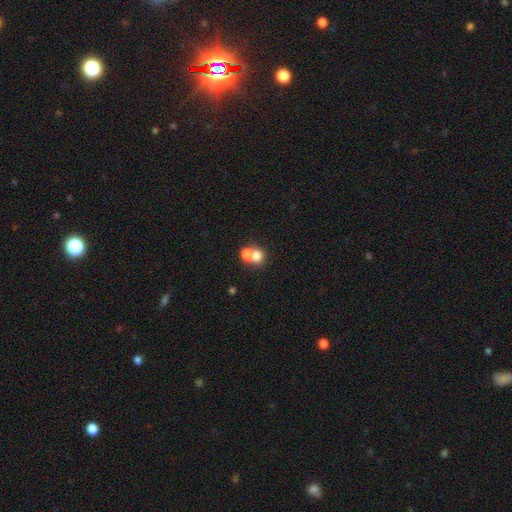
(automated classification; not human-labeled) Morphology: type=smooth (74%); roundness=round (77%); merging=merger (57%).